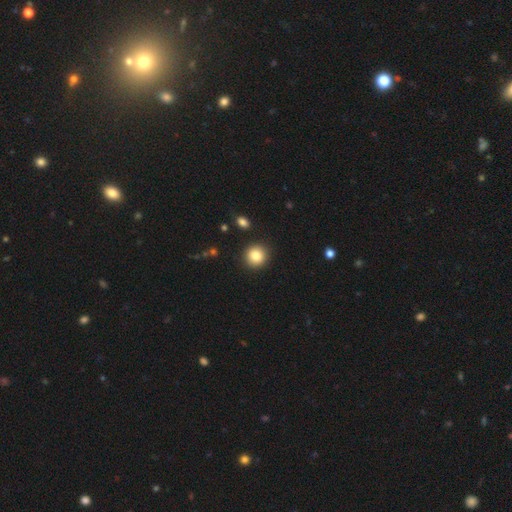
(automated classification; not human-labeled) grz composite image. It shows a smooth galaxy with no disk features (84%) that is round (90%). Merging: none (90%).